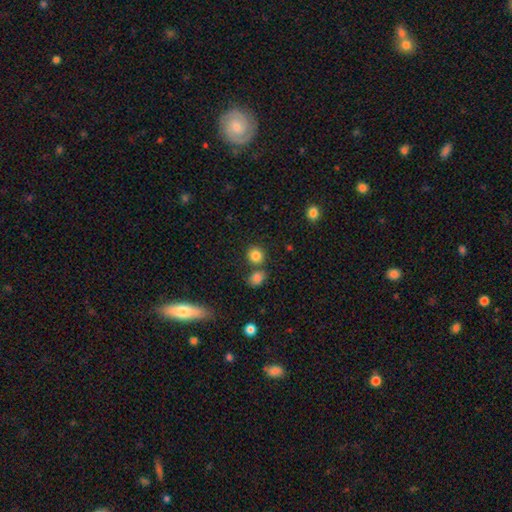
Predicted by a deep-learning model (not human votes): Q: Smooth or featured?
A: smooth (84%); runner-up: star or artifact (11%)
Q: How rounded?
A: round (82%); runner-up: in between (17%)
Q: Merging?
A: none (69%); runner-up: merger (19%)